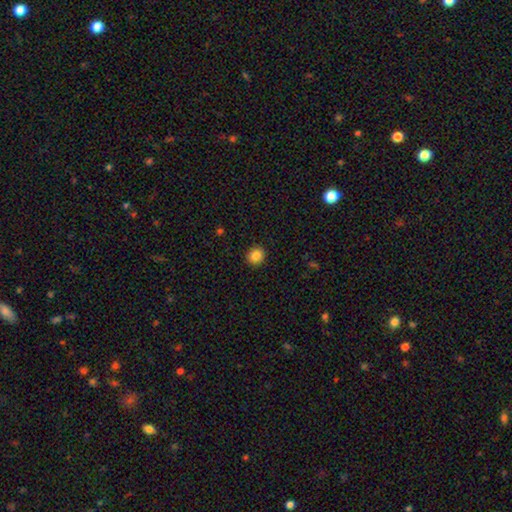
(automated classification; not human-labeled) This appears to be a smooth galaxy with no disk features (85%) that is round (86%). Merging: none (92%).